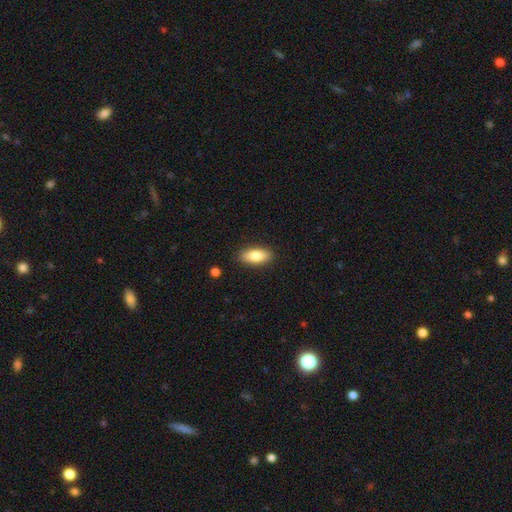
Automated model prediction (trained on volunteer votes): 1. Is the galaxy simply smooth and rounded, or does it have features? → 81% smooth, 12% featured or disk, 7% star or artifact.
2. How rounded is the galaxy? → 83% in between, 14% cigar-shaped, 3% round.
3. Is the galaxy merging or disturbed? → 88% none, 8% minor disturbance, 2% major disturbance, 1% merger.